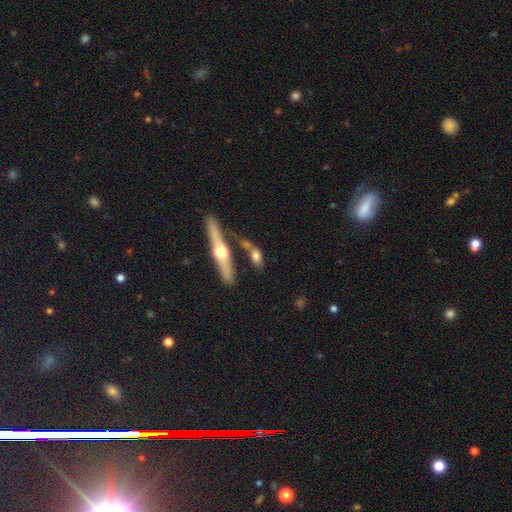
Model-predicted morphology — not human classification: smooth-or-featured: featured or disk: 50% | smooth: 41% | star or artifact: 8%
  disk-edge-on: yes: 84% | no: 16%
  merging: none: 49% | merger: 29% | minor disturbance: 14% | major disturbance: 8%